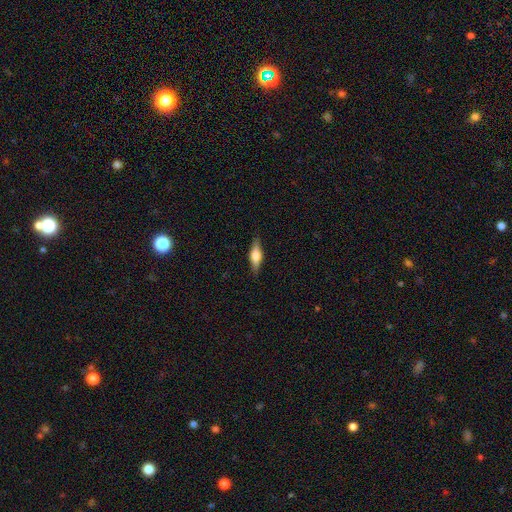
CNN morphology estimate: smooth_or_featured: featured or disk (p=0.51) [alt: smooth p=0.43]
disk_edge_on: yes (p=0.94) [alt: no p=0.06]
merging: none (p=0.86) [alt: minor disturbance p=0.10]